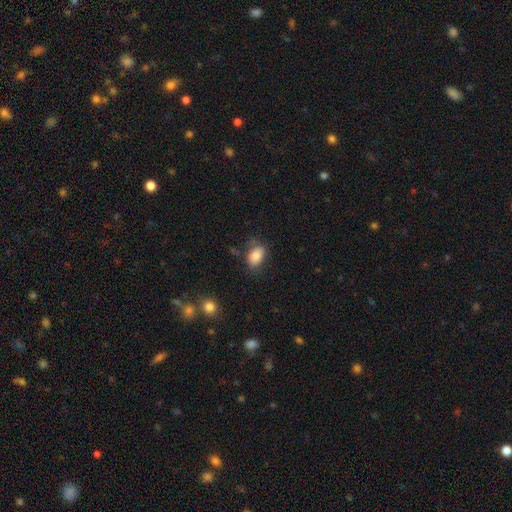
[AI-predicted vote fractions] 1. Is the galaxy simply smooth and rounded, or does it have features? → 83% smooth, 8% star or artifact, 8% featured or disk.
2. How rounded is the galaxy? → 86% in between, 12% round, 1% cigar-shaped.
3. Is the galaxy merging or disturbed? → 68% none, 21% minor disturbance, 7% major disturbance, 4% merger.